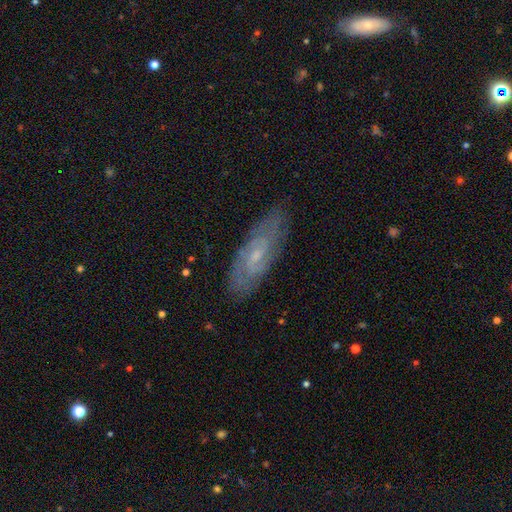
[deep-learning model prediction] This is likely a featured or disk galaxy (72%). It is clearly not viewed edge-on (84%). Bar: possibly weak (46%). Spiral arm pattern: clearly yes (89%). Spiral arm count: marginally 2 (43%). Spiral winding: possibly tight (51%). Central bulge: likely small (68%). Merging: clearly none (81%).